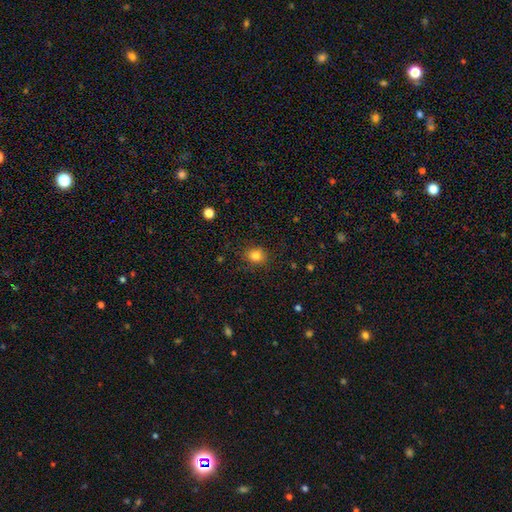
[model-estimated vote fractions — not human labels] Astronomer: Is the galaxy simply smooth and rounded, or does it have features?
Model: smooth — 83%.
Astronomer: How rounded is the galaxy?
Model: round — 69%.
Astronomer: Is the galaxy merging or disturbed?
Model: none — 84%.